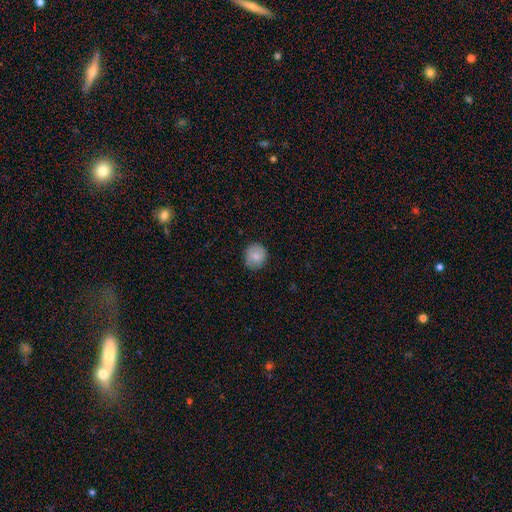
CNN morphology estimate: Overall: smooth (81%). How rounded: round (86%). Merging: none (86%).